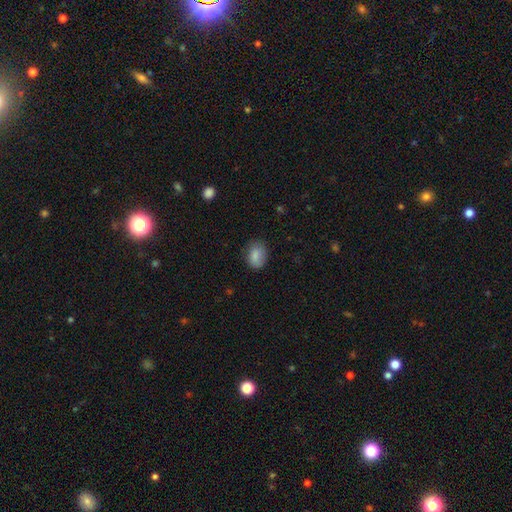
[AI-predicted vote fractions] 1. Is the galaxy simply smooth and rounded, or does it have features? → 84% smooth, 8% star or artifact, 8% featured or disk.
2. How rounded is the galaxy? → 71% in between, 27% round, 1% cigar-shaped.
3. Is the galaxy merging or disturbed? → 72% none, 22% minor disturbance, 5% major disturbance, 1% merger.